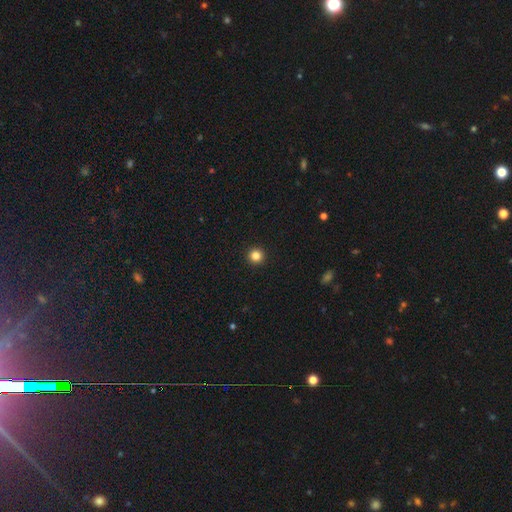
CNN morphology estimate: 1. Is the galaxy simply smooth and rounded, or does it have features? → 84% smooth, 12% star or artifact, 4% featured or disk.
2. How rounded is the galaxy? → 96% round, 3% in between, 1% cigar-shaped.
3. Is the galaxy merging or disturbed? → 94% none, 4% minor disturbance, 1% major disturbance, 1% merger.